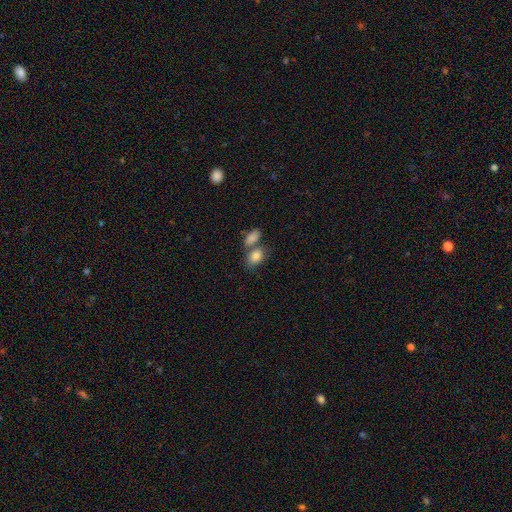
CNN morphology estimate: Smooth or featured? Predicted: smooth (p=0.84). How rounded? Predicted: in between (p=0.82). Merging? Predicted: merger (p=0.43).